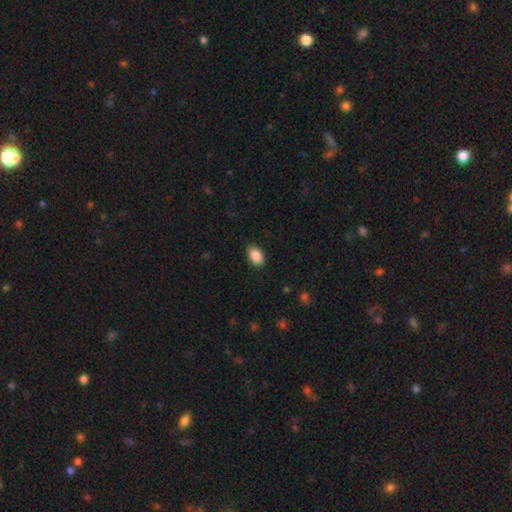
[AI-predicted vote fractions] A smooth galaxy with no disk features (89%) that is in between round and cigar-shaped (89%). Merging: none (87%).